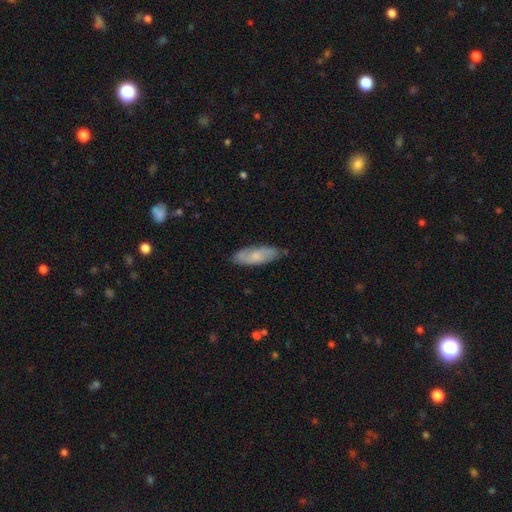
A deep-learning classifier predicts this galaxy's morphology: Smooth or featured? smooth (52%)
How rounded? in between (63%)
Merging? none (80%)